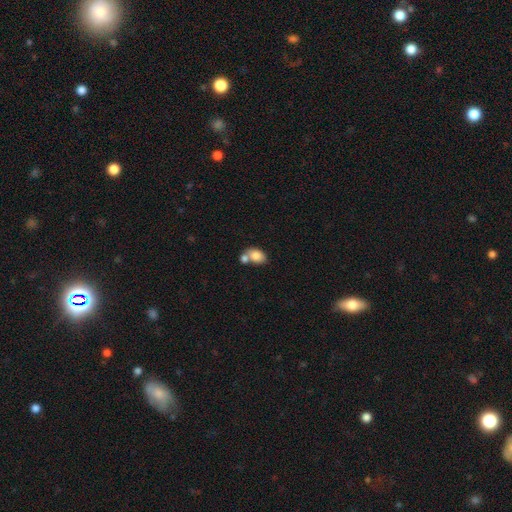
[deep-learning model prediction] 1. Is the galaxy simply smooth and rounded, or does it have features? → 82% smooth, 11% featured or disk, 8% star or artifact.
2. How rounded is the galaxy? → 79% in between, 19% round, 1% cigar-shaped.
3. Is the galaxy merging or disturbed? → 49% merger, 35% none, 11% minor disturbance, 4% major disturbance.